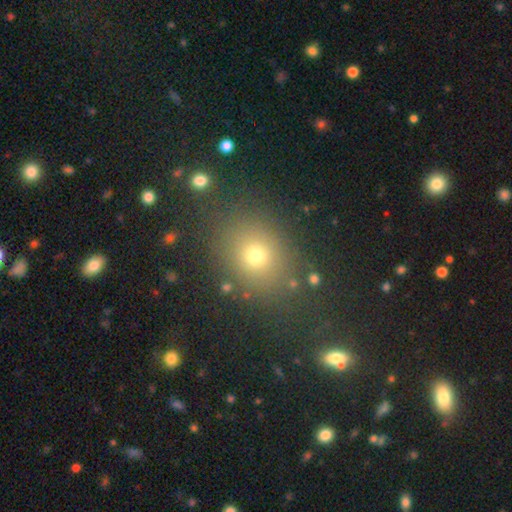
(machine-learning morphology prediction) A smooth galaxy with no disk features (69%) that is round (60%). Merging: none (82%).